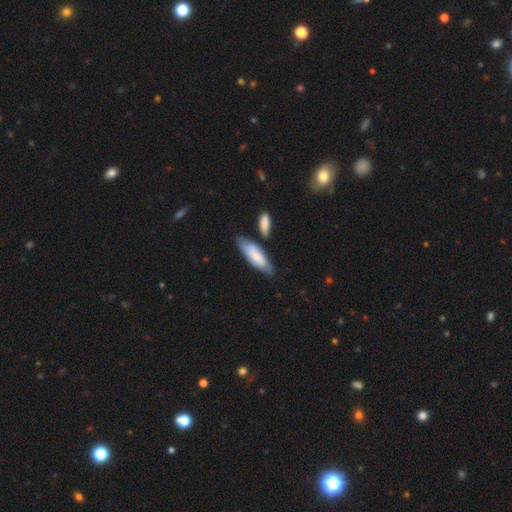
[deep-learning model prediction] smooth_or_featured: smooth (p=0.68) [alt: featured or disk p=0.26]
how_rounded: in between (p=0.56) [alt: cigar-shaped p=0.42]
merging: none (p=0.64) [alt: minor disturbance p=0.20]